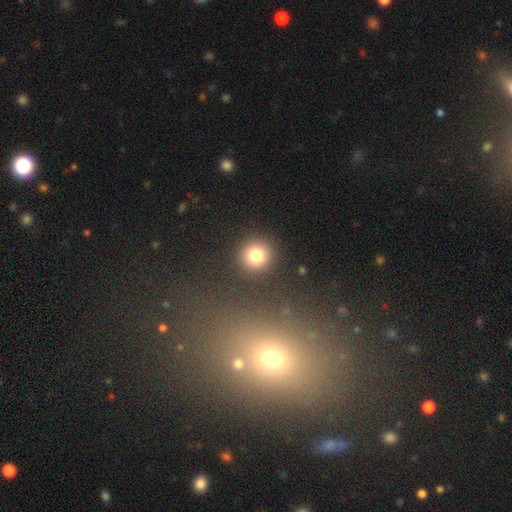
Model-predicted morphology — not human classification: Smooth or featured?
  - smooth: 80% *
  - star or artifact: 13%
  - featured or disk: 7%
How rounded?
  - round: 92% *
  - in between: 7%
  - cigar-shaped: 1%
Merging?
  - none: 90% *
  - minor disturbance: 5%
  - major disturbance: 3%
  - merger: 2%